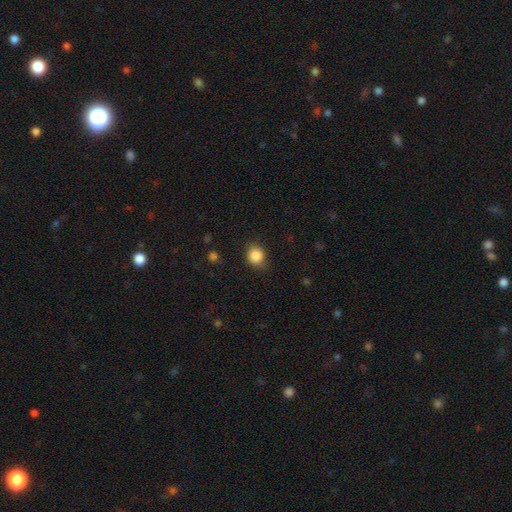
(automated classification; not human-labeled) Q: Smooth or featured?
A: smooth (86%); runner-up: star or artifact (10%)
Q: How rounded?
A: round (77%); runner-up: in between (22%)
Q: Merging?
A: none (80%); runner-up: minor disturbance (15%)